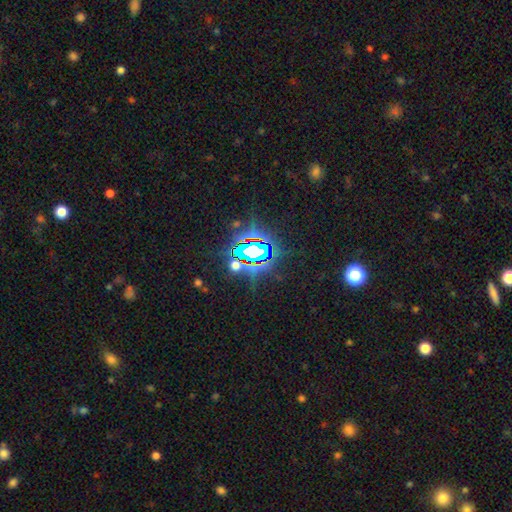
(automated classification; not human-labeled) star or artifact 77%, smooth 13%, featured or disk 10%.